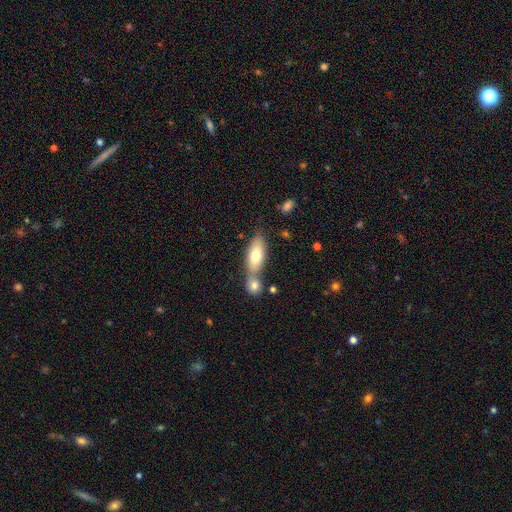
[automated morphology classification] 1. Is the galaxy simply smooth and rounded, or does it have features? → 73% smooth, 21% featured or disk, 7% star or artifact.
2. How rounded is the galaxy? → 77% in between, 20% cigar-shaped, 3% round.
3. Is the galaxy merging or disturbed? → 45% merger, 41% none, 11% minor disturbance, 4% major disturbance.